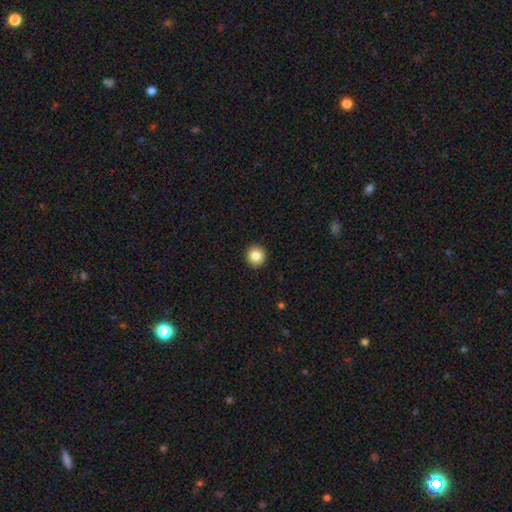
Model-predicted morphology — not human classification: The model was most divided on "smooth or featured": smooth: 85%, star or artifact: 9%, featured or disk: 6%. More confident: how rounded — round (94%); merging — none (93%).